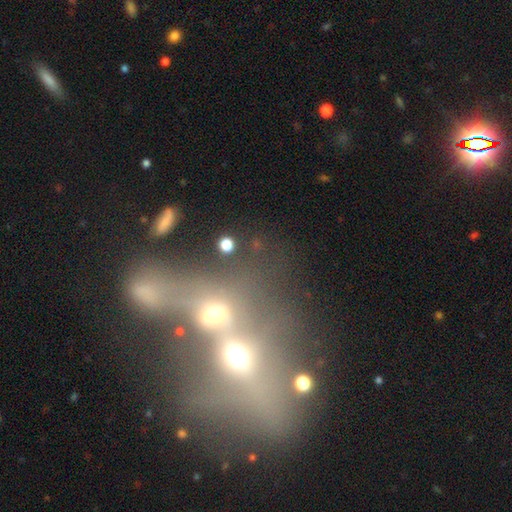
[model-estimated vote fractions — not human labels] Q: Smooth or featured?
A: star or artifact (35%); runner-up: smooth (34%)